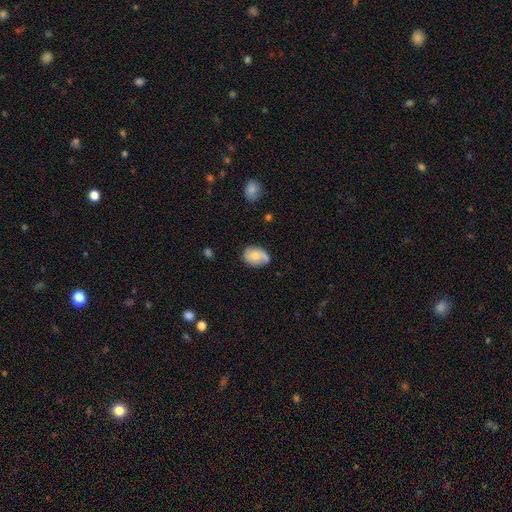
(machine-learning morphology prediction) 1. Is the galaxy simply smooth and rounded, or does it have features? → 63% smooth, 29% featured or disk, 8% star or artifact.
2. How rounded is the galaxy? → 66% in between, 33% round, 1% cigar-shaped.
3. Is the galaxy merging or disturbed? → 51% none, 30% minor disturbance, 10% major disturbance, 9% merger.